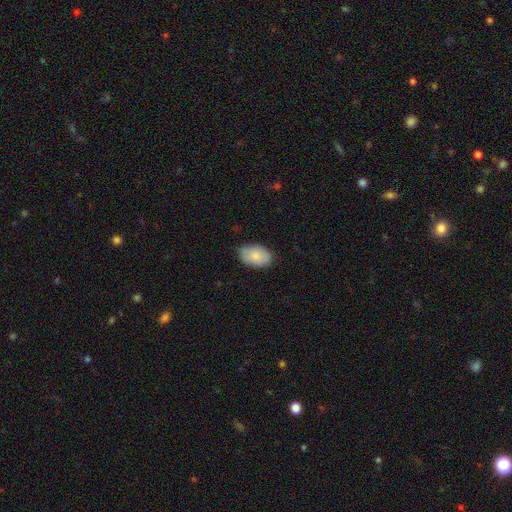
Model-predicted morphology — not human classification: Smooth or featured: smooth — 84% (featured or disk — 10%)
How rounded: in between — 91% (round — 8%)
Merging: none — 80% (minor disturbance — 16%)